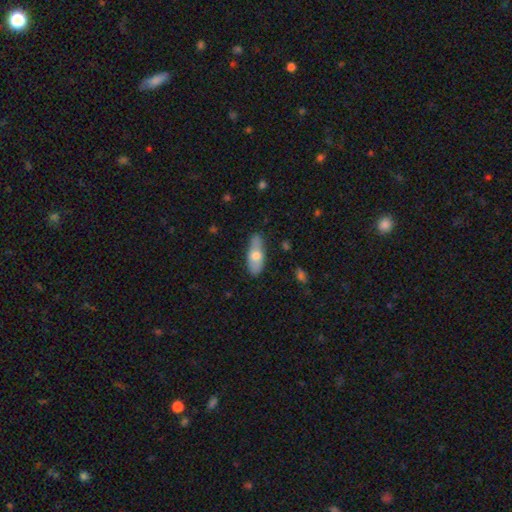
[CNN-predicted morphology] smooth_or_featured: smooth (p=0.62) [alt: featured or disk p=0.33]
how_rounded: in between (p=0.74) [alt: cigar-shaped p=0.23]
merging: none (p=0.78) [alt: minor disturbance p=0.17]